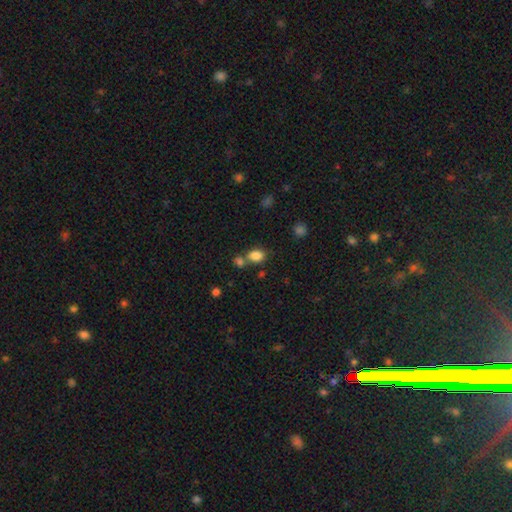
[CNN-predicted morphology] Smooth or featured? Predicted: smooth (p=0.83). How rounded? Predicted: in between (p=0.74). Merging? Predicted: none (p=0.54).